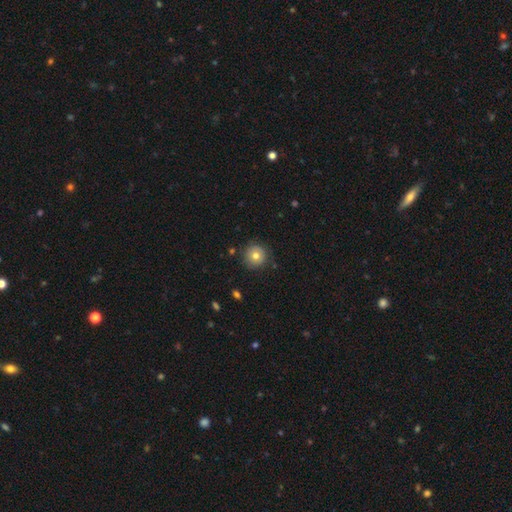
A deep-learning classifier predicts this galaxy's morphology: type=smooth (76%); roundness=round (95%); merging=none (88%).